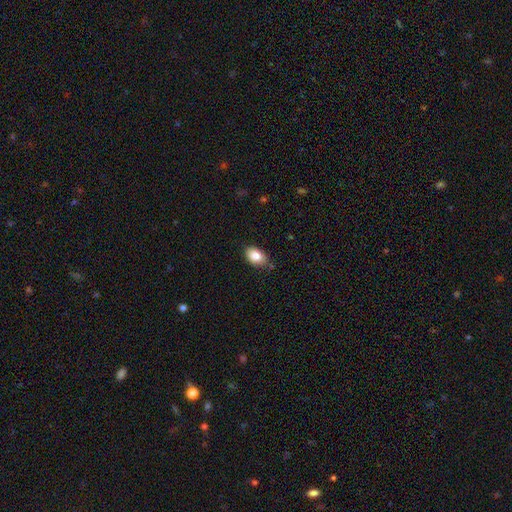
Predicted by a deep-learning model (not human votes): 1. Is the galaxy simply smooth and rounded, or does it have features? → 85% smooth, 8% star or artifact, 7% featured or disk.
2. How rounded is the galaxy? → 87% in between, 12% round, 1% cigar-shaped.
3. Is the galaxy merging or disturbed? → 80% none, 15% minor disturbance, 3% major disturbance, 2% merger.